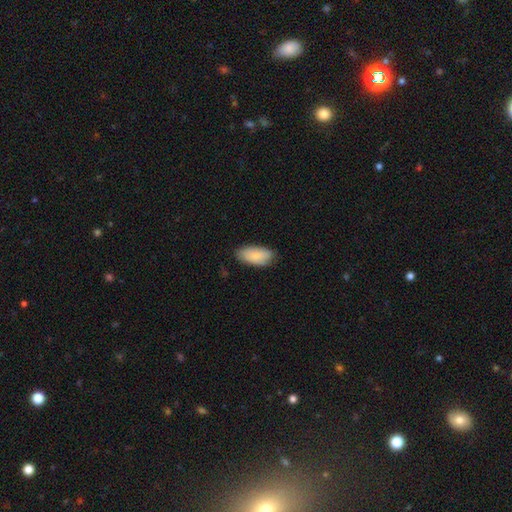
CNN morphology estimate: Overall: smooth (82%). How rounded: in between (93%). Merging: none (77%).